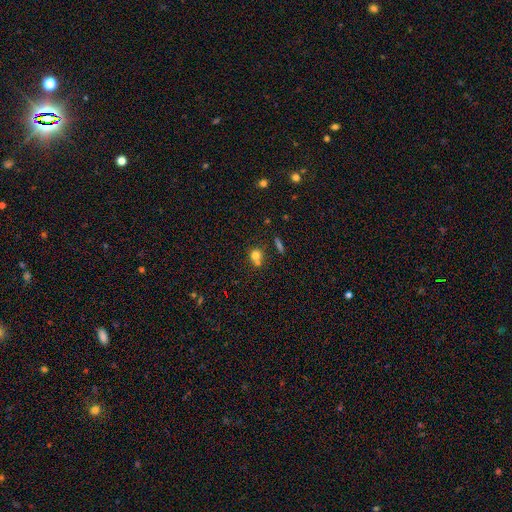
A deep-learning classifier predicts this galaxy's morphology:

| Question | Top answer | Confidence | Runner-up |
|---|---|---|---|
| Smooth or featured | smooth | 74% | star or artifact (14%) |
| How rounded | round | 83% | in between (15%) |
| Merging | none | 46% | merger (41%) |